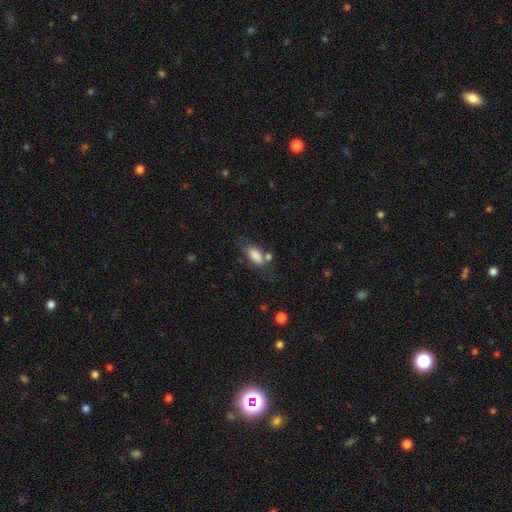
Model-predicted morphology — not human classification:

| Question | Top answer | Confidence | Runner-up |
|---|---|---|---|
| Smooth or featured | smooth | 82% | featured or disk (11%) |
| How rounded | in between | 84% | cigar-shaped (12%) |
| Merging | none | 53% | minor disturbance (21%) |